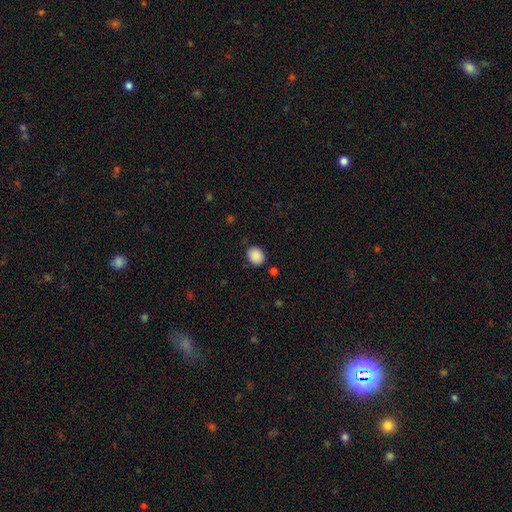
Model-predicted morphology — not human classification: The model was most divided on "how rounded": round: 53%, in between: 46%, cigar-shaped: 1%. More confident: smooth or featured — smooth (89%); merging — none (82%).